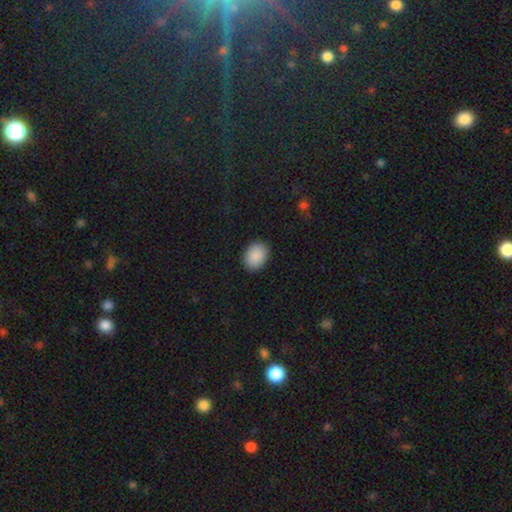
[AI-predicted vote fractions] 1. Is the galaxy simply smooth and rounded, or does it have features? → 90% smooth, 7% star or artifact, 3% featured or disk.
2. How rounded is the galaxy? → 63% in between, 36% round, 1% cigar-shaped.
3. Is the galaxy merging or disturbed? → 89% none, 8% minor disturbance, 2% major disturbance, 1% merger.